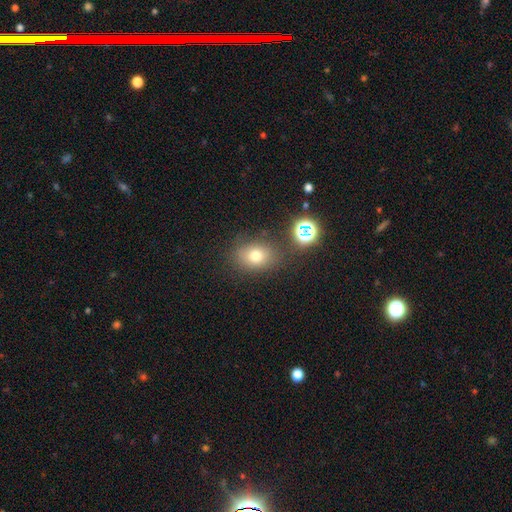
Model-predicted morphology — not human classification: Smooth or featured? Predicted: smooth (p=0.73). How rounded? Predicted: in between (p=0.57). Merging? Predicted: none (p=0.76).